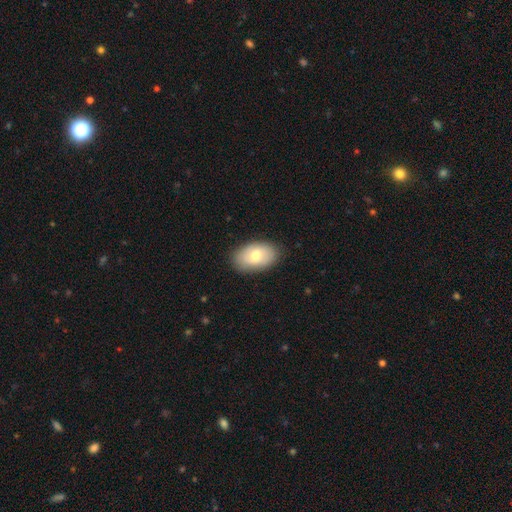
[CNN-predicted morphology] smooth-or-featured: smooth: 69% | featured or disk: 24% | star or artifact: 6%
  how-rounded: in between: 92% | round: 7% | cigar-shaped: 1%
  merging: none: 86% | minor disturbance: 11% | major disturbance: 3% | merger: 1%